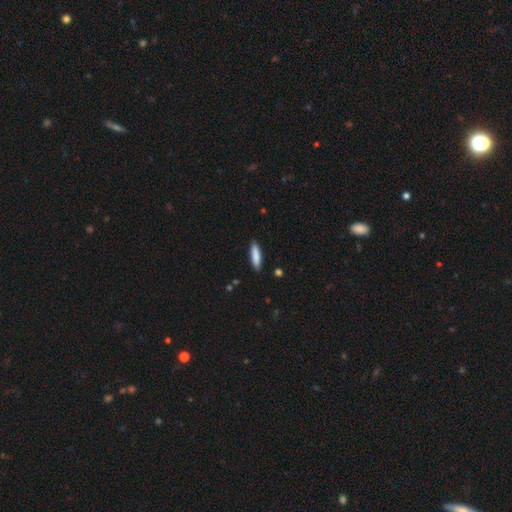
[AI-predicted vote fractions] Smooth or featured: smooth — 86% (featured or disk — 9%)
How rounded: cigar-shaped — 75% (in between — 24%)
Merging: none — 88% (minor disturbance — 9%)